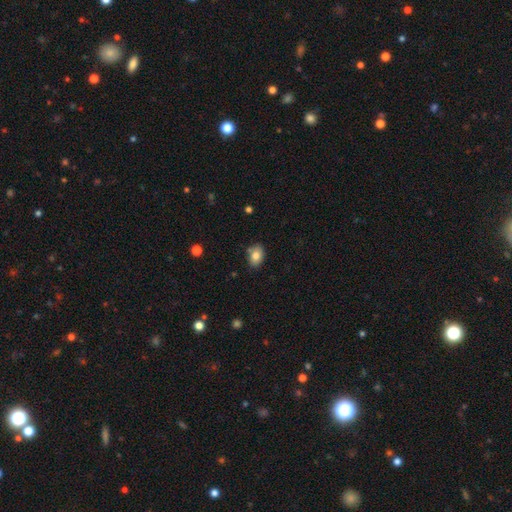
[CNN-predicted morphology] smooth-or-featured: smooth: 81% | featured or disk: 10% | star or artifact: 9%
  how-rounded: in between: 82% | round: 17% | cigar-shaped: 1%
  merging: none: 79% | minor disturbance: 14% | merger: 4% | major disturbance: 3%